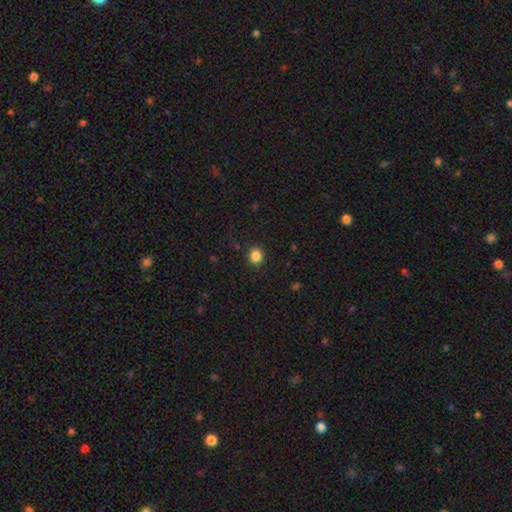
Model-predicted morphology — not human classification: Smooth or featured?
  - smooth: 85% *
  - star or artifact: 11%
  - featured or disk: 4%
How rounded?
  - round: 81% *
  - in between: 18%
  - cigar-shaped: 1%
Merging?
  - none: 89% *
  - minor disturbance: 7%
  - major disturbance: 2%
  - merger: 1%